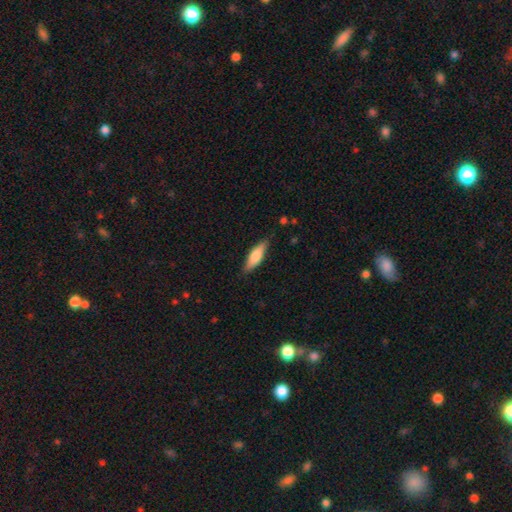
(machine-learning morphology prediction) smooth_or_featured: smooth (p=0.70) [alt: featured or disk p=0.25]
how_rounded: cigar-shaped (p=0.50) [alt: in between p=0.49]
merging: none (p=0.84) [alt: minor disturbance p=0.13]